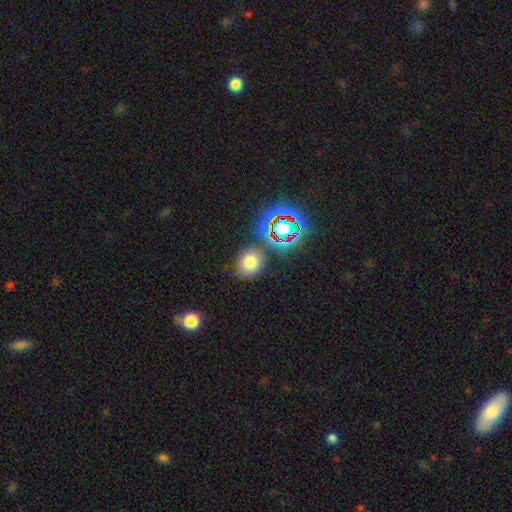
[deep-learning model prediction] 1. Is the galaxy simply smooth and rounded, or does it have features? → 61% star or artifact, 28% smooth, 11% featured or disk.